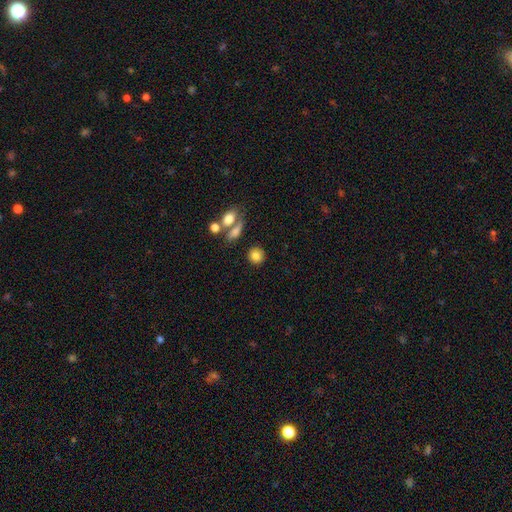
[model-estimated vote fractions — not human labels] Overall: smooth (82%). How rounded: round (84%). Merging: none (81%).